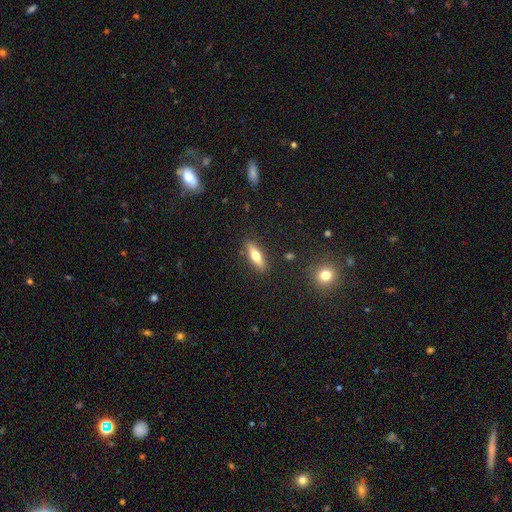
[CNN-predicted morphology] type=smooth (61%); roundness=cigar-shaped (59%); merging=none (88%).